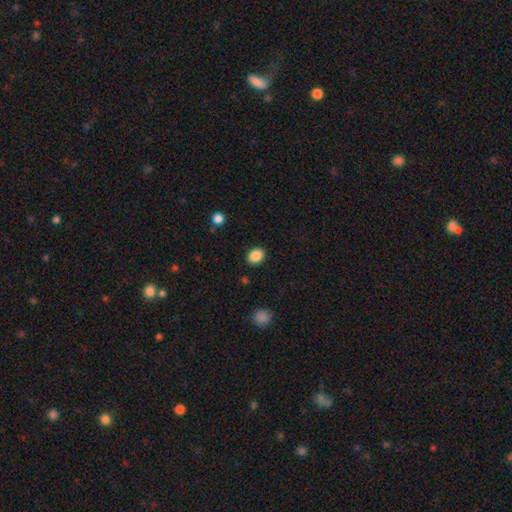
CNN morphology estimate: The model was most divided on "how rounded": in between: 54%, round: 46%, cigar-shaped: 1%. More confident: merging — none (88%); smooth or featured — smooth (88%).